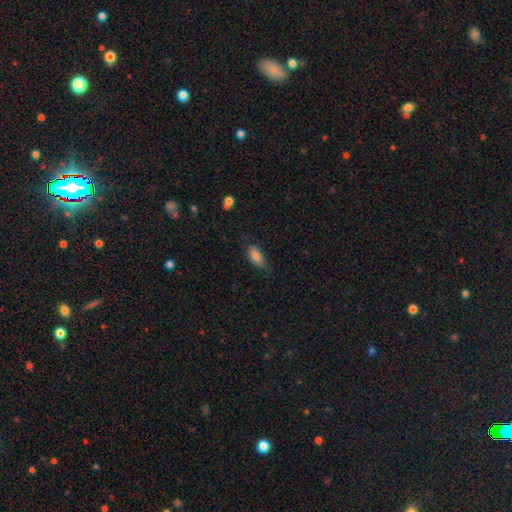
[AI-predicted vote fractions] Smooth or featured? smooth (82%)
How rounded? in between (86%)
Merging? none (60%)